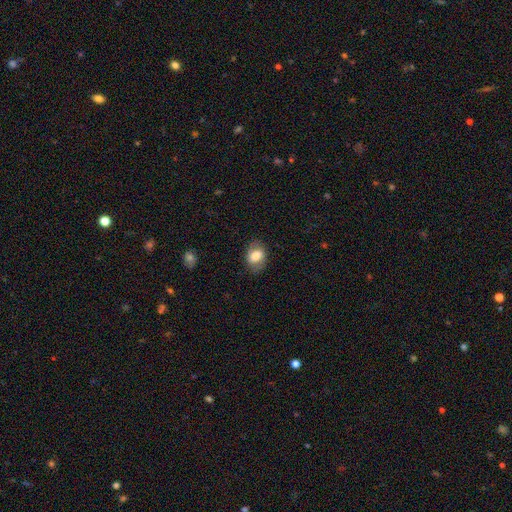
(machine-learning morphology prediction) type=smooth (72%); roundness=in between (75%); merging=none (80%).